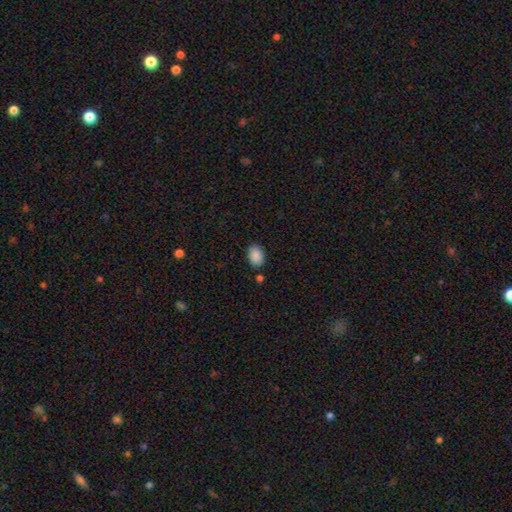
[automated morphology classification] Smooth or featured: smooth — 89% (star or artifact — 8%)
How rounded: in between — 83% (round — 15%)
Merging: none — 82% (minor disturbance — 12%)